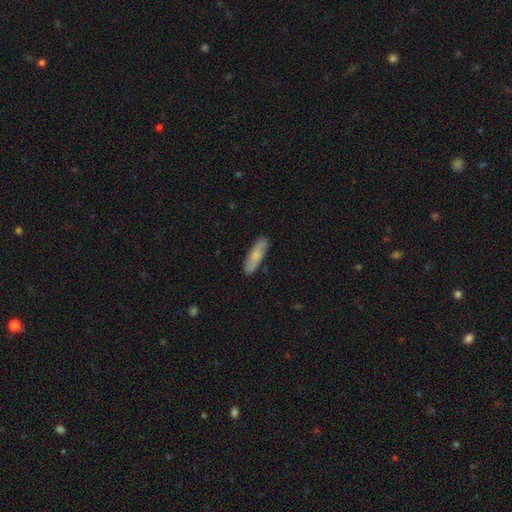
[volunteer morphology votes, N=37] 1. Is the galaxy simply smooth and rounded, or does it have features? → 76% smooth, 16% featured or disk, 8% star or artifact.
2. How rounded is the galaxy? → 68% cigar-shaped, 32% in between, 0% round.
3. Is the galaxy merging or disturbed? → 85% none, 15% minor disturbance, 0% major disturbance, 0% merger.